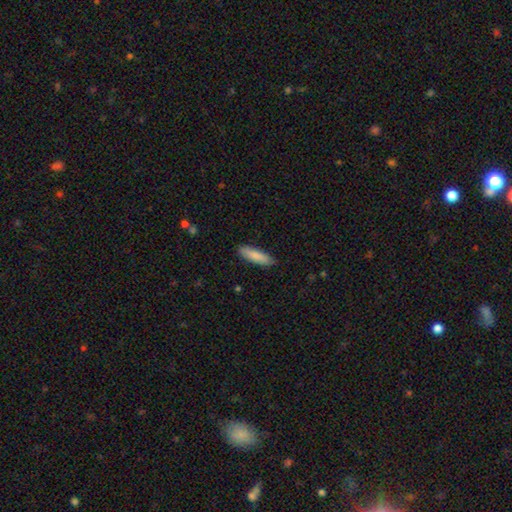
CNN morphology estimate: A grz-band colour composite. It shows a smooth galaxy with no disk features (85%) that is cigar-shaped (65%). Merging: none (88%).